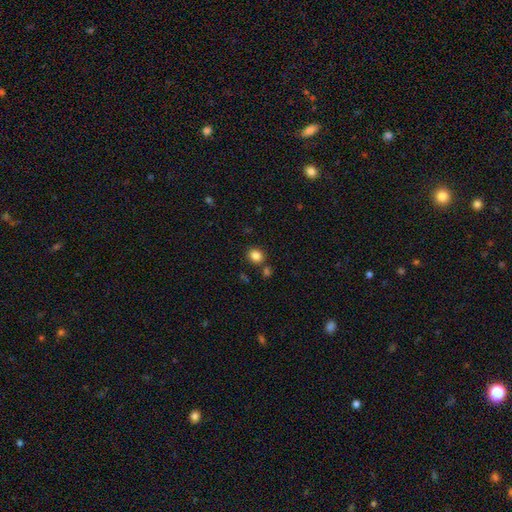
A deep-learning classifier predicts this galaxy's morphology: A smooth galaxy with no disk features (84%) that is round (66%).

Vote fractions:
- Smooth or featured? smooth: 84% / star or artifact: 11% / featured or disk: 5%
- How rounded? round: 66% / in between: 33% / cigar-shaped: 1%
- Merging? none: 81% / minor disturbance: 9% / merger: 8% / major disturbance: 3%